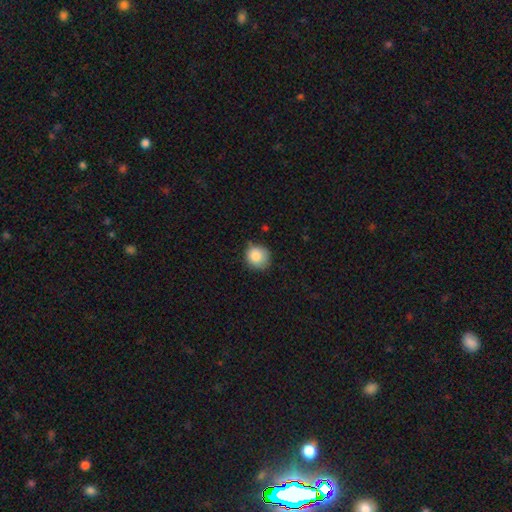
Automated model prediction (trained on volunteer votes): Smooth or featured? smooth (85%)
How rounded? round (85%)
Merging? none (71%)